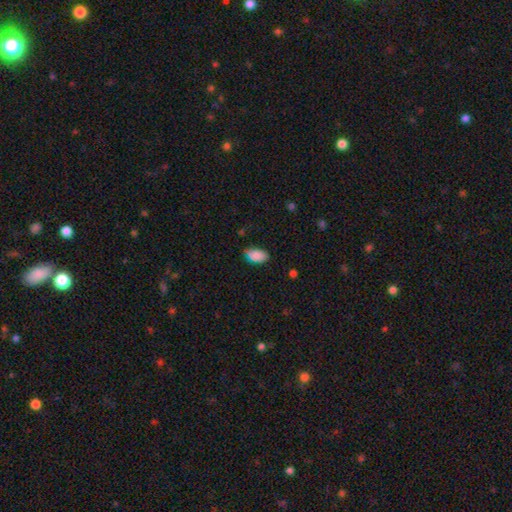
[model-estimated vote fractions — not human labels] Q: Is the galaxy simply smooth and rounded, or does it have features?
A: smooth — 83%.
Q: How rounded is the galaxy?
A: in between — 93%.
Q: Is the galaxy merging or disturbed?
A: none — 65%.